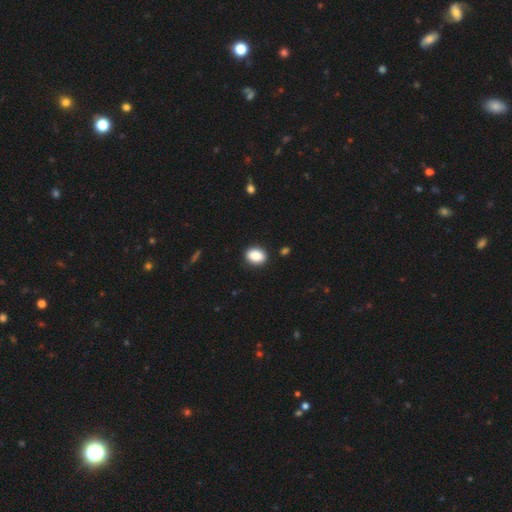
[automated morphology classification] Smooth or featured: smooth — 89% (star or artifact — 8%)
How rounded: in between — 66% (round — 33%)
Merging: none — 89% (minor disturbance — 8%)